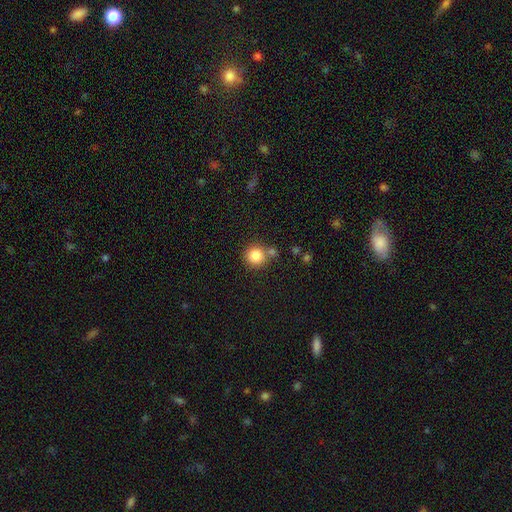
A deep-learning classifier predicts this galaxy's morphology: This is clearly a smooth galaxy (84%). How rounded: clearly round (92%). Merging: likely none (70%).